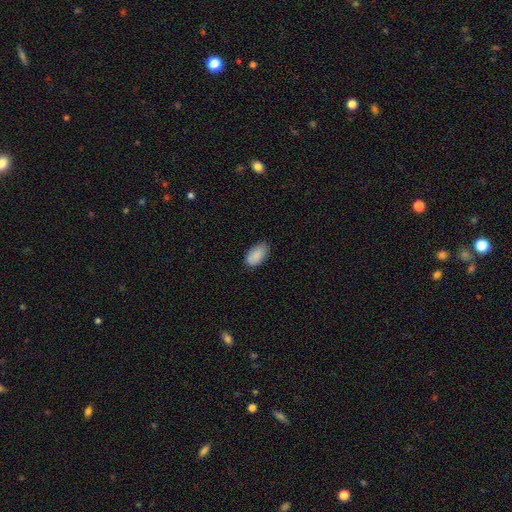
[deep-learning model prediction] Smooth or featured?
  - smooth: 89% *
  - star or artifact: 7%
  - featured or disk: 5%
How rounded?
  - in between: 94% *
  - round: 4%
  - cigar-shaped: 2%
Merging?
  - none: 79% *
  - minor disturbance: 17%
  - major disturbance: 3%
  - merger: 1%